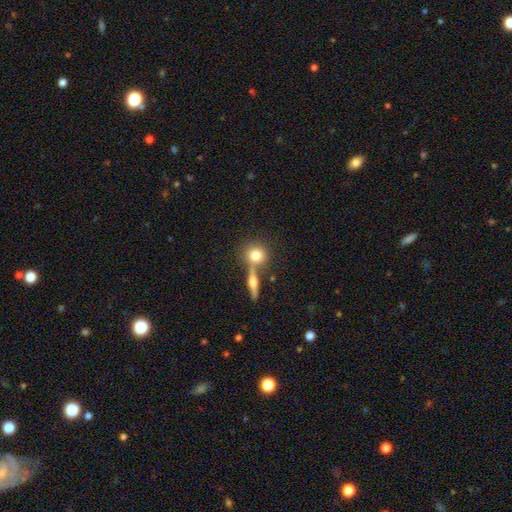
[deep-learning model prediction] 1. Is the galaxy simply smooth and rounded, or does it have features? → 74% smooth, 17% featured or disk, 8% star or artifact.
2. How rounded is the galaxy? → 78% round, 18% in between, 4% cigar-shaped.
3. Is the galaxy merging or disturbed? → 53% none, 34% merger, 9% minor disturbance, 4% major disturbance.